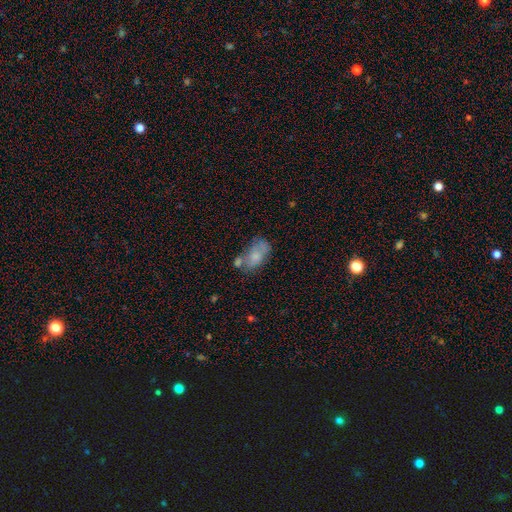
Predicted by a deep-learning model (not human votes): Smooth or featured? smooth (65%)
How rounded? in between (90%)
Merging? none (39%)